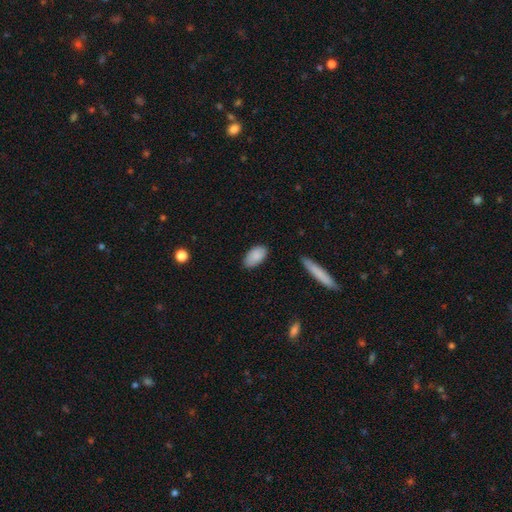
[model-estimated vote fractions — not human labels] Smooth or featured?
  - smooth: 88% *
  - star or artifact: 6%
  - featured or disk: 6%
How rounded?
  - in between: 94% *
  - round: 3%
  - cigar-shaped: 3%
Merging?
  - none: 81% *
  - minor disturbance: 15%
  - major disturbance: 3%
  - merger: 2%